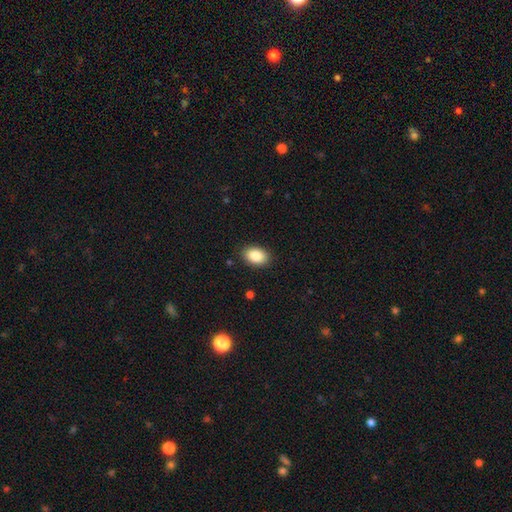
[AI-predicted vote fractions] Overall: smooth (86%). How rounded: in between (87%). Merging: none (88%).